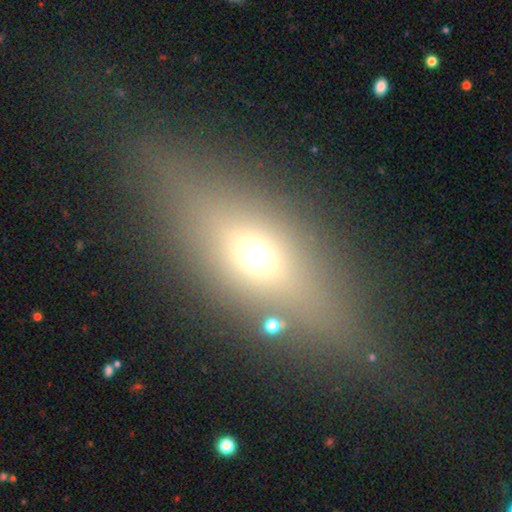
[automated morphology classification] Smooth or featured? smooth (51%)
How rounded? in between (58%)
Merging? none (79%)